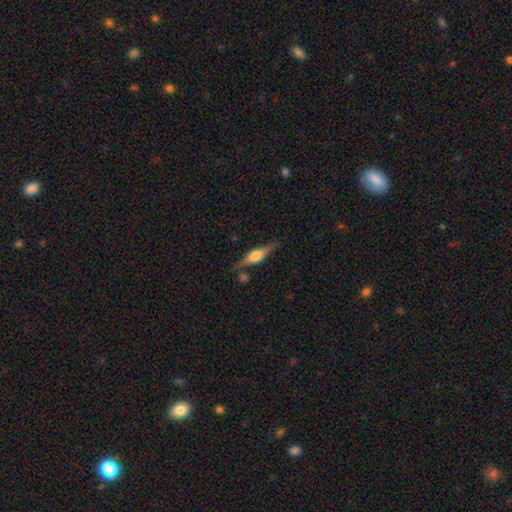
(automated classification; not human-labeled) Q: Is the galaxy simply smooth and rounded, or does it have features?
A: featured or disk — 70%.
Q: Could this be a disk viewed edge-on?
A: yes — 96%.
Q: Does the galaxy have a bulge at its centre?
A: rounded — 83%.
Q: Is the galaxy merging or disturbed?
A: none — 78%.